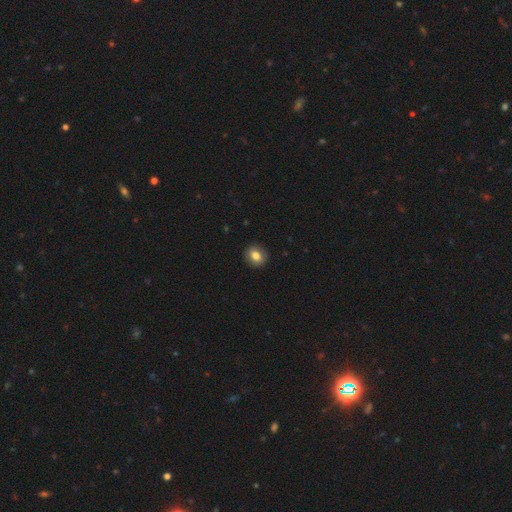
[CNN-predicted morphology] Smooth or featured?
  - smooth: 81% *
  - featured or disk: 10%
  - star or artifact: 8%
How rounded?
  - round: 63% *
  - in between: 36%
  - cigar-shaped: 1%
Merging?
  - none: 89% *
  - minor disturbance: 8%
  - major disturbance: 2%
  - merger: 1%